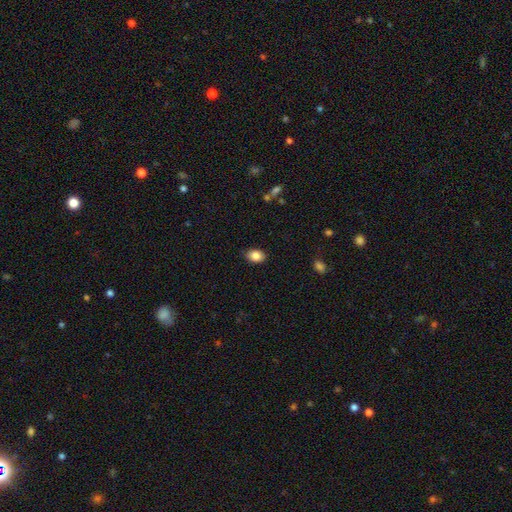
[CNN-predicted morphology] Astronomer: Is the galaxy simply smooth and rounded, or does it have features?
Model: smooth — 85%.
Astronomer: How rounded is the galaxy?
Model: in between — 77%.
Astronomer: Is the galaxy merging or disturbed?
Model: none — 86%.